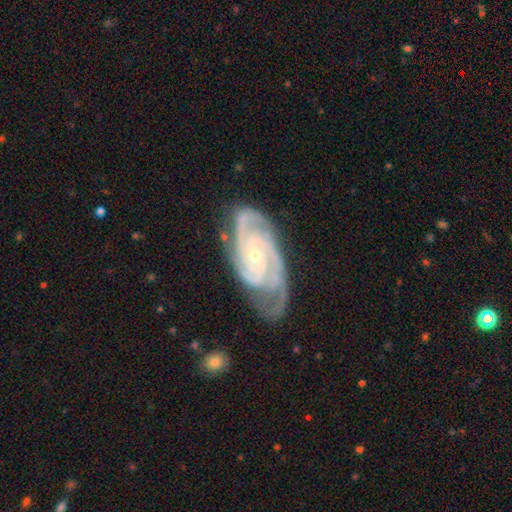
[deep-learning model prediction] smooth-or-featured: featured or disk: 92% | star or artifact: 4% | smooth: 3%
  disk-edge-on: no: 97% | yes: 3%
    bar: no: 61% | weak: 27% | strong: 12%
    has-spiral-arms: yes: 99% | no: 1%
      spiral-winding: tight: 69% | medium: 28% | loose: 3%
      spiral-arm-count: 3: 40% | 2: 32% | 4: 12% | can't tell: 8% | more than 4: 4% | 1: 4%
    bulge-size: small: 75% | moderate: 22% | none: 1% | large: 1% | dominant: 1%
  merging: none: 67% | minor disturbance: 23% | major disturbance: 8% | merger: 2%